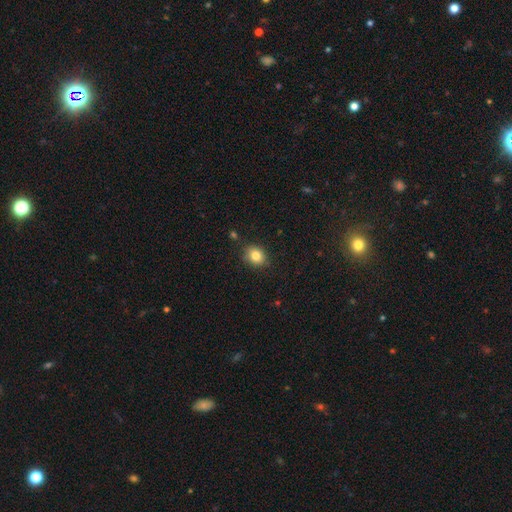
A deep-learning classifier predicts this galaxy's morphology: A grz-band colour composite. It shows a smooth galaxy with no disk features (82%) that is round (62%). Merging: none (81%).